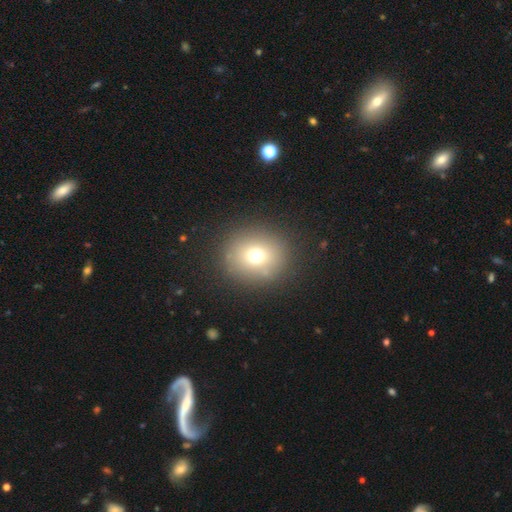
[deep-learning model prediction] This appears to be a smooth galaxy with no disk features (69%) that is round (85%). Merging: none (87%).